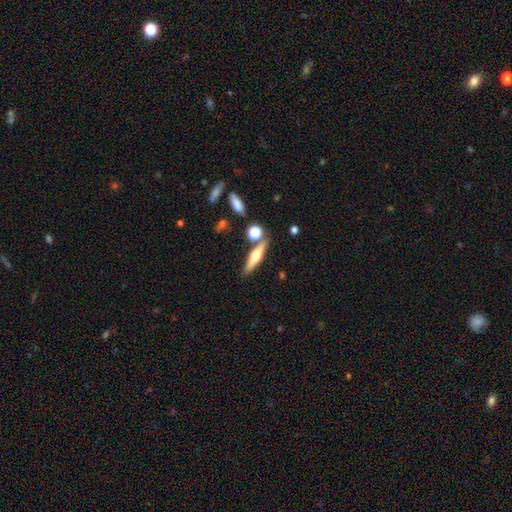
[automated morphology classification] featured or disk 53%, smooth 40%, star or artifact 7%. Down the decision tree: edge-on disk — yes (93%); merging — none (77%).